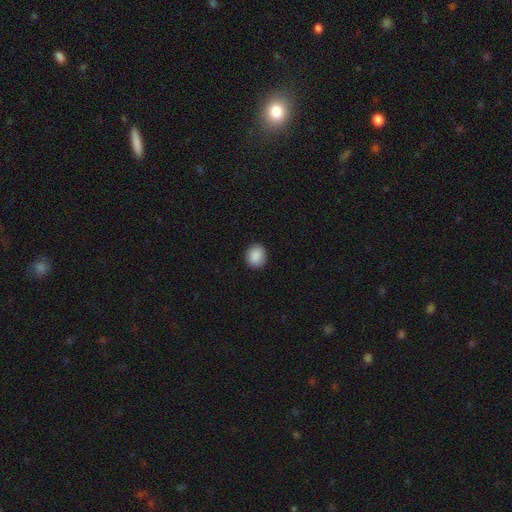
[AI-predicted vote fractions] smooth 89%, star or artifact 8%, featured or disk 3%. Down the decision tree: how rounded — round (72%); merging — none (90%).